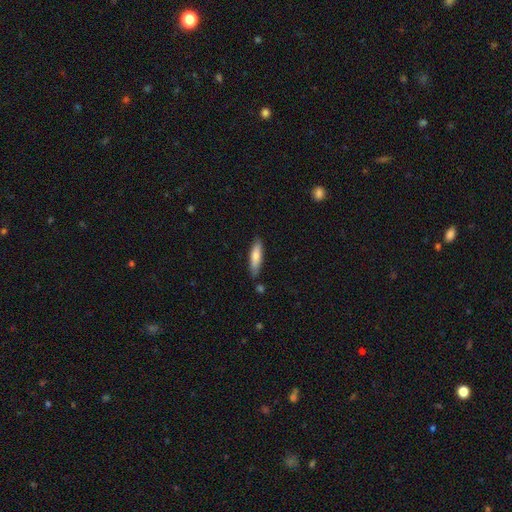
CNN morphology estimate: Smooth or featured?
  - smooth: 73% *
  - featured or disk: 21%
  - star or artifact: 6%
How rounded?
  - cigar-shaped: 68% *
  - in between: 31%
  - round: 2%
Merging?
  - none: 79% *
  - minor disturbance: 15%
  - merger: 4%
  - major disturbance: 2%